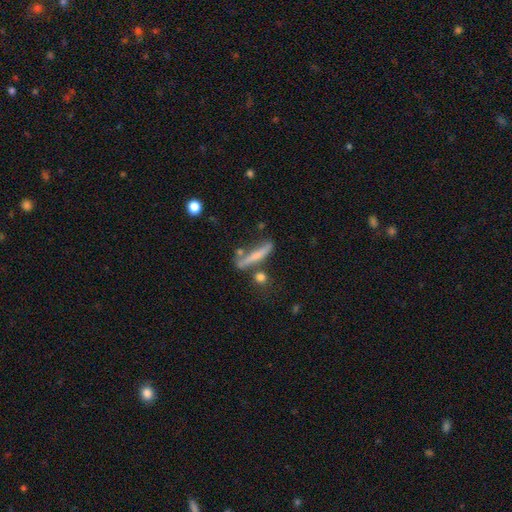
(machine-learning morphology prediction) This appears to be a smooth galaxy with no disk features (54%) that is cigar-shaped (89%). Merging: none (59%).